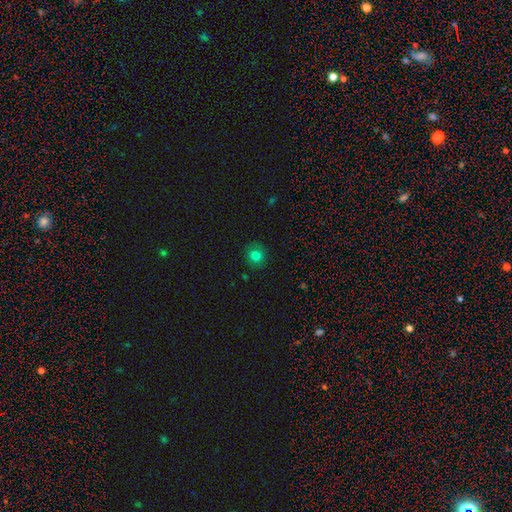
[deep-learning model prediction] The model was most divided on "smooth or featured": smooth: 79%, star or artifact: 14%, featured or disk: 7%. More confident: how rounded — round (89%); merging — none (88%).